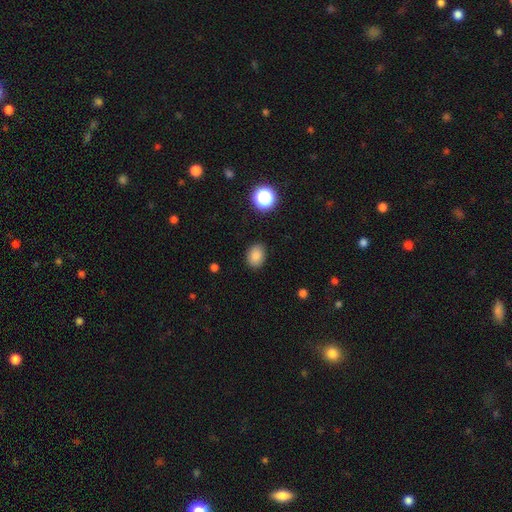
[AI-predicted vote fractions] Smooth or featured?
  - smooth: 85% *
  - star or artifact: 11%
  - featured or disk: 4%
How rounded?
  - in between: 66% *
  - round: 33%
  - cigar-shaped: 1%
Merging?
  - none: 87% *
  - minor disturbance: 9%
  - major disturbance: 3%
  - merger: 1%